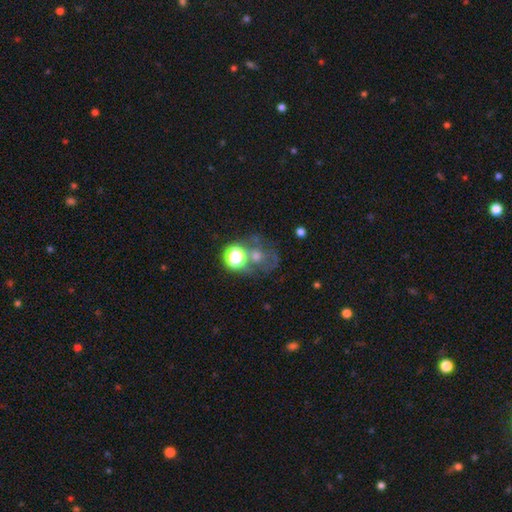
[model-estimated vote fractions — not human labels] Smooth or featured? Predicted: star or artifact (p=0.36).